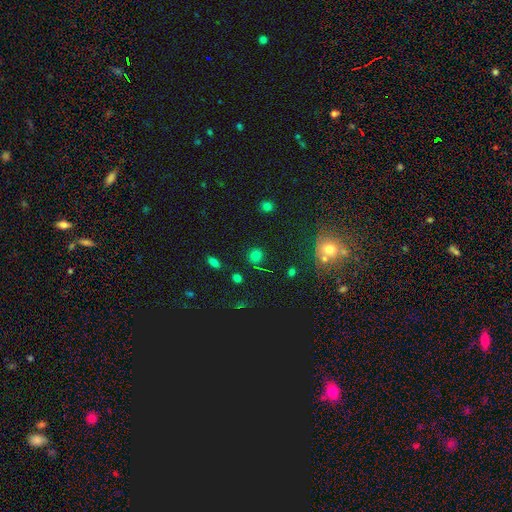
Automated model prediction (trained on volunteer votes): Smooth or featured?
  - smooth: 69% *
  - star or artifact: 23%
  - featured or disk: 7%
How rounded?
  - round: 89% *
  - in between: 10%
  - cigar-shaped: 1%
Merging?
  - none: 83% *
  - minor disturbance: 10%
  - major disturbance: 3%
  - merger: 3%